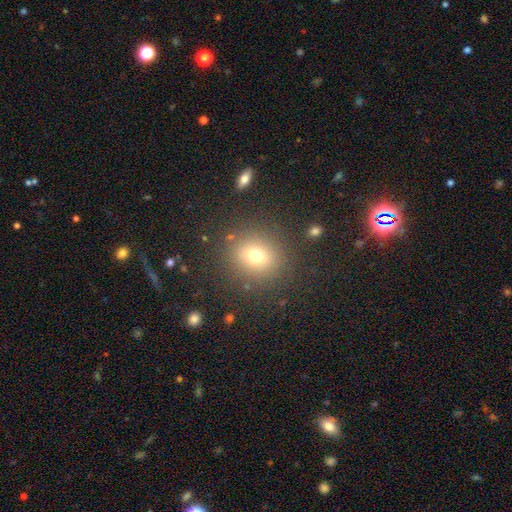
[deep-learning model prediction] smooth-or-featured: smooth: 71% | star or artifact: 16% | featured or disk: 12%
  how-rounded: round: 80% | in between: 19% | cigar-shaped: 1%
  merging: none: 85% | minor disturbance: 9% | major disturbance: 4% | merger: 2%